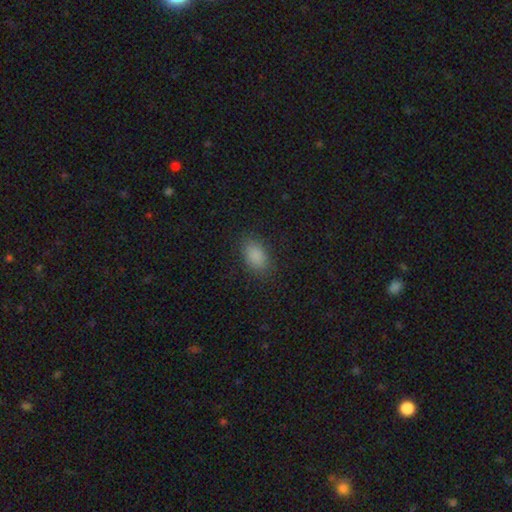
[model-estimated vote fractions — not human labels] Smooth or featured: smooth — 87% (star or artifact — 9%)
How rounded: in between — 87% (round — 11%)
Merging: none — 85% (minor disturbance — 11%)